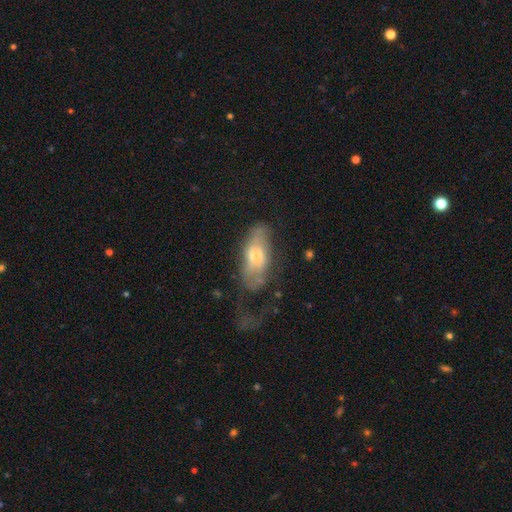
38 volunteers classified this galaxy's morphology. Smooth or featured: smooth — 47% (featured or disk — 45%)
How rounded: in between — 56% (cigar-shaped — 33%)
Merging: major disturbance — 57% (none — 20%)